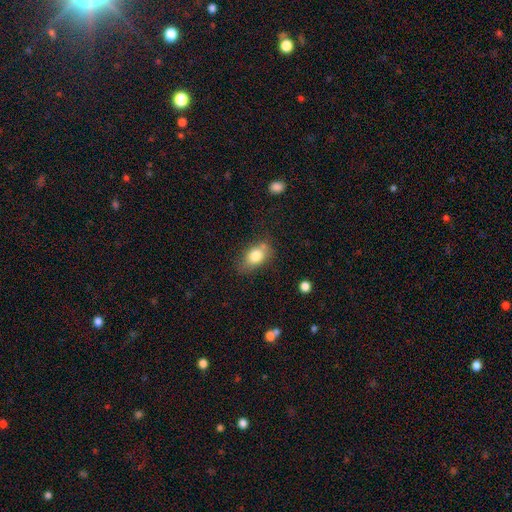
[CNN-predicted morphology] Smooth or featured? smooth (80%)
How rounded? in between (83%)
Merging? none (66%)